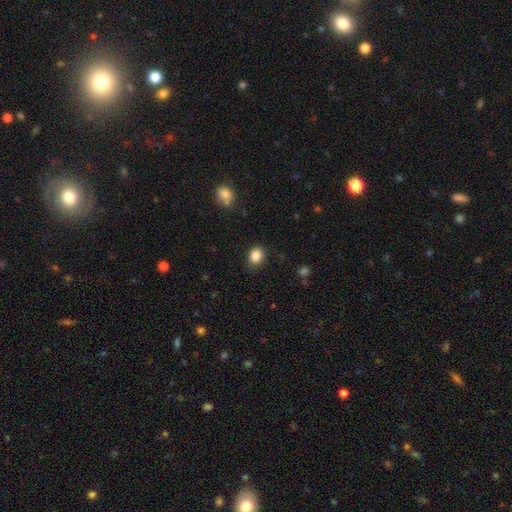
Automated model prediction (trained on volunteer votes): The model was most divided on "how rounded": in between: 53%, round: 46%, cigar-shaped: 1%. More confident: smooth or featured — smooth (86%); merging — none (84%).